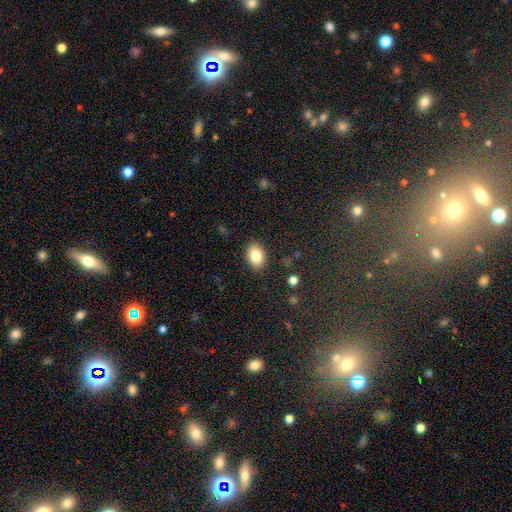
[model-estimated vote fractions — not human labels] A smooth galaxy with no disk features (83%) that is in between round and cigar-shaped (80%).

Vote fractions:
- Smooth or featured? smooth: 83% / featured or disk: 9% / star or artifact: 8%
- How rounded? in between: 80% / round: 19% / cigar-shaped: 1%
- Merging? none: 88% / minor disturbance: 9% / major disturbance: 2% / merger: 1%